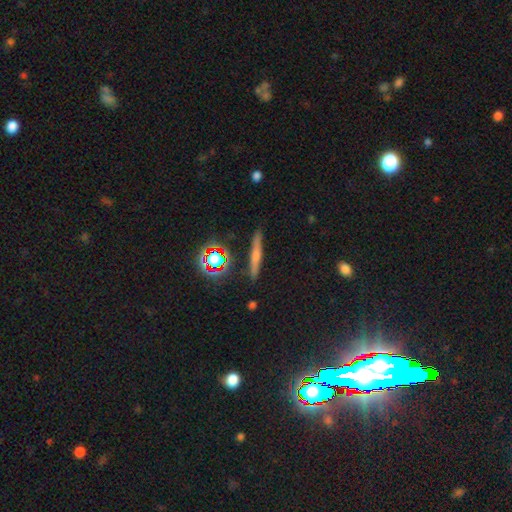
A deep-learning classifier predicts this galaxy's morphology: smooth 42%, featured or disk 38%, star or artifact 20%. Down the decision tree: merging — none (88%).